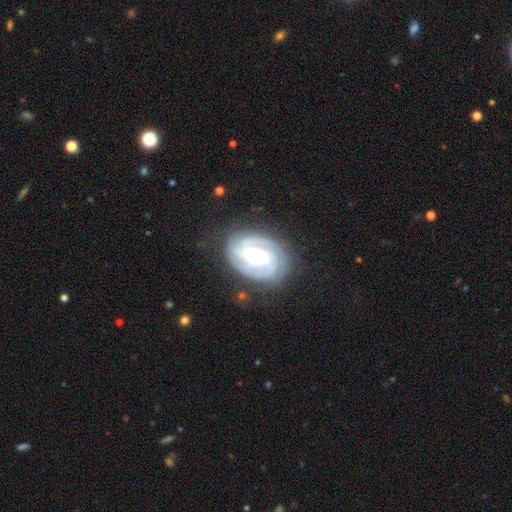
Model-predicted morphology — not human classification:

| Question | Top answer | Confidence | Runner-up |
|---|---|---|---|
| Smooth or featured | featured or disk | 87% | smooth (8%) |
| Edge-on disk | no | 97% | yes (3%) |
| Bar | weak | 46% | strong (35%) |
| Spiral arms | yes | 97% | no (3%) |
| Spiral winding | tight | 66% | medium (28%) |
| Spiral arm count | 2 | 35% | 3 (31%) |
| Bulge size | moderate | 64% | small (29%) |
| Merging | none | 77% | minor disturbance (16%) |